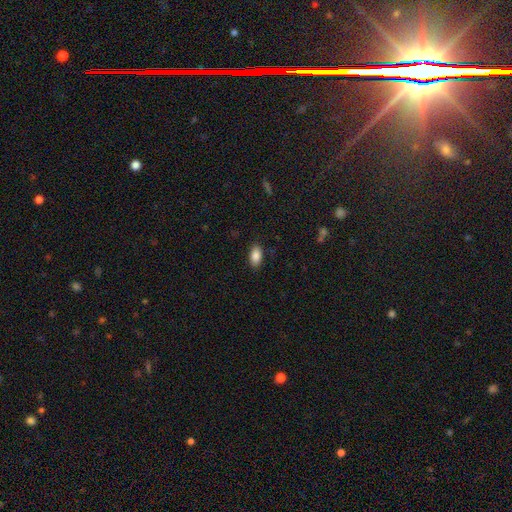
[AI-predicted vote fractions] This is clearly a smooth galaxy (87%). How rounded: clearly in between (92%). Merging: clearly none (87%).